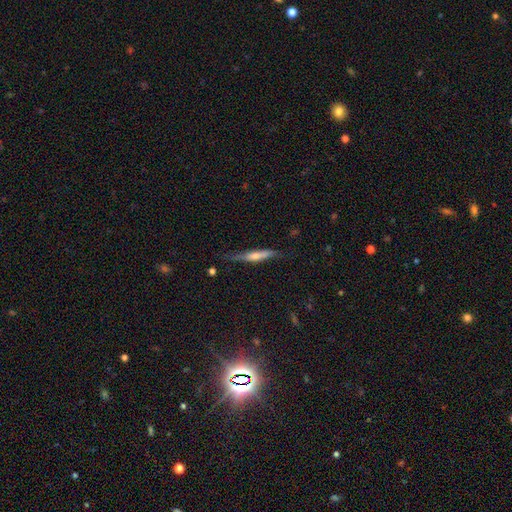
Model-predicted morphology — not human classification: Q: Smooth or featured?
A: featured or disk (63%); runner-up: smooth (29%)
Q: Edge-on disk?
A: yes (94%); runner-up: no (6%)
Q: Edge-on bulge?
A: rounded (70%); runner-up: none (16%)
Q: Merging?
A: none (77%); runner-up: minor disturbance (17%)